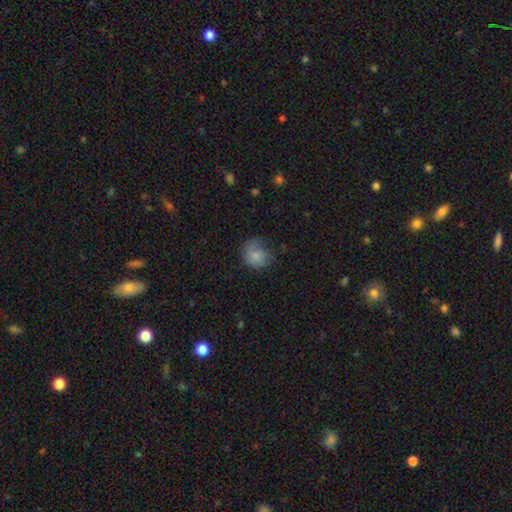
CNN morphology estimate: Smooth or featured: smooth — 77% (featured or disk — 14%)
How rounded: round — 74% (in between — 26%)
Merging: none — 51% (minor disturbance — 31%)